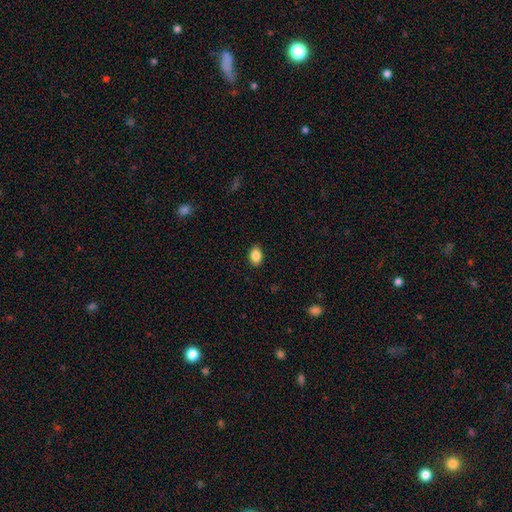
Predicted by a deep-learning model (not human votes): Smooth or featured: smooth — 86% (star or artifact — 8%)
How rounded: in between — 81% (round — 18%)
Merging: none — 89% (minor disturbance — 8%)